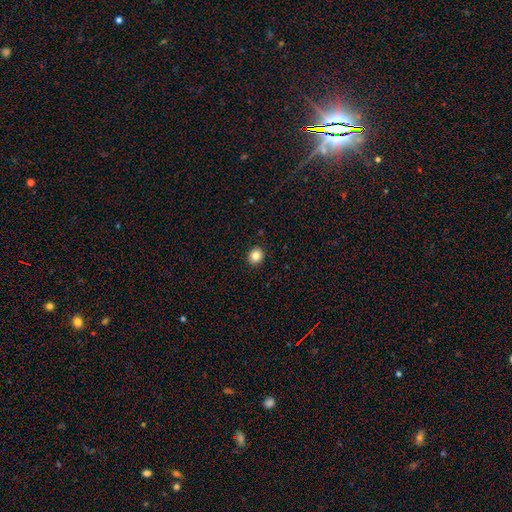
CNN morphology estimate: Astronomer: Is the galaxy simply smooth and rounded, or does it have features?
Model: smooth — 84%.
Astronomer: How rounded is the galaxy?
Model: round — 82%.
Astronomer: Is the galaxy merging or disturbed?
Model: none — 92%.